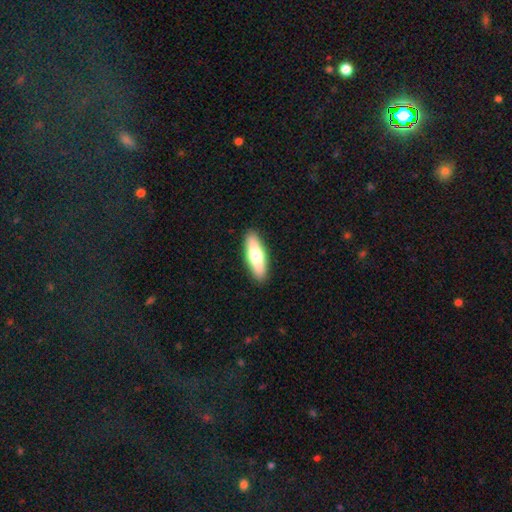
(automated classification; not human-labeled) A smooth galaxy with no disk features (62%) that is cigar-shaped (53%).

Vote fractions:
- Smooth or featured? smooth: 62% / featured or disk: 33% / star or artifact: 5%
- How rounded? cigar-shaped: 53% / in between: 45% / round: 2%
- Merging? none: 90% / minor disturbance: 7% / major disturbance: 2% / merger: 1%